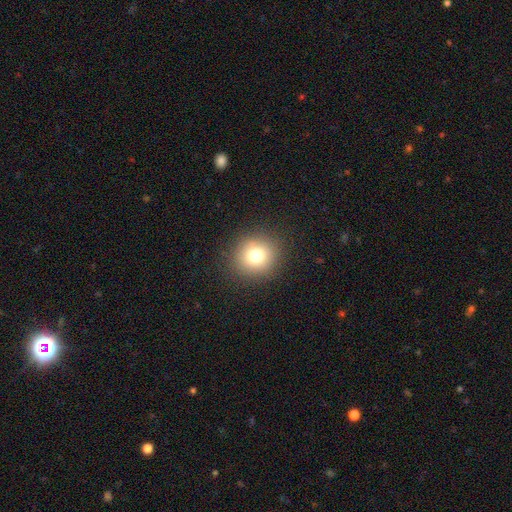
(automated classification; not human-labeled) Smooth or featured? Predicted: smooth (p=0.77). How rounded? Predicted: round (p=0.88). Merging? Predicted: none (p=0.90).